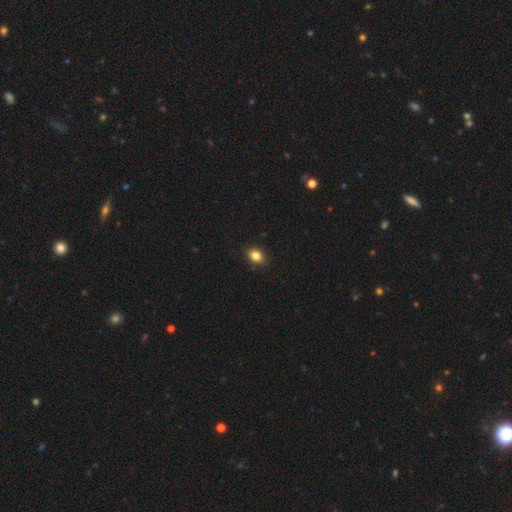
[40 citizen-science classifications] This appears to be a smooth galaxy with no disk features (90%) that is in between round and cigar-shaped (58%). Merging: none (95%).